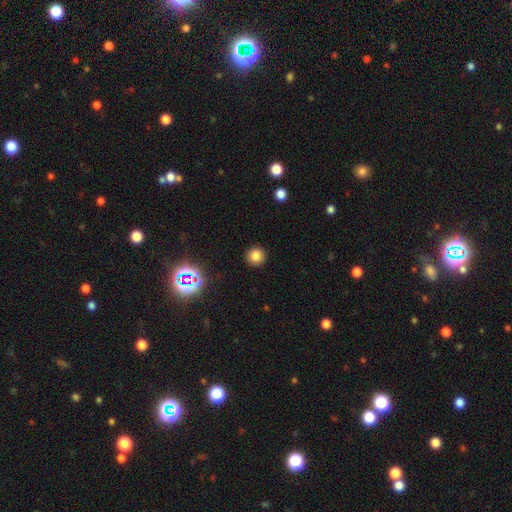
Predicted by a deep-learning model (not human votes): smooth_or_featured: smooth (p=0.79) [alt: star or artifact p=0.16]
how_rounded: round (p=0.94) [alt: in between p=0.05]
merging: none (p=0.92) [alt: minor disturbance p=0.05]